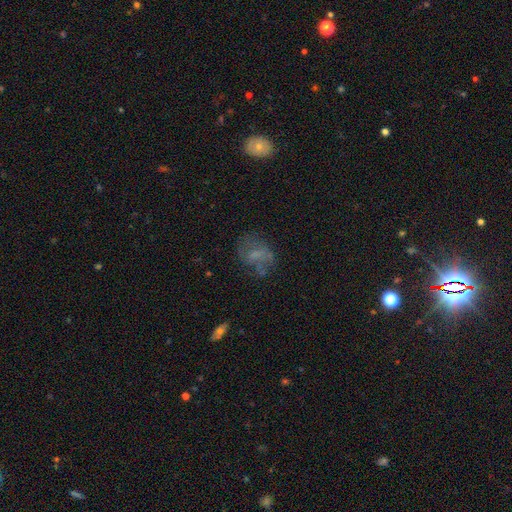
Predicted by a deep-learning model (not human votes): Morphology: type=smooth (44%); merging=none (56%).